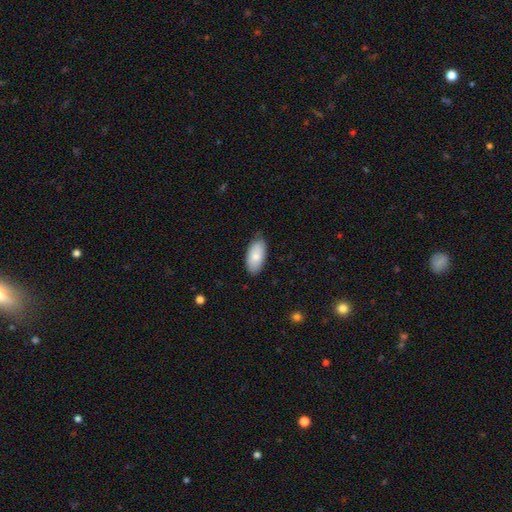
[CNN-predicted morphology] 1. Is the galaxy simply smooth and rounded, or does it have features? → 82% smooth, 12% featured or disk, 6% star or artifact.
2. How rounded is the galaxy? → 94% in between, 4% cigar-shaped, 2% round.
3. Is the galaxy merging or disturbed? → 82% none, 15% minor disturbance, 2% major disturbance, 1% merger.